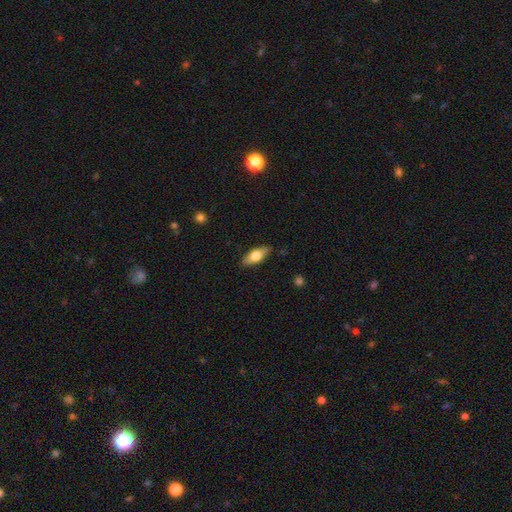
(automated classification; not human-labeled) smooth-or-featured: smooth: 65% | featured or disk: 29% | star or artifact: 6%
  how-rounded: in between: 75% | cigar-shaped: 22% | round: 3%
  merging: none: 86% | minor disturbance: 11% | major disturbance: 2% | merger: 1%